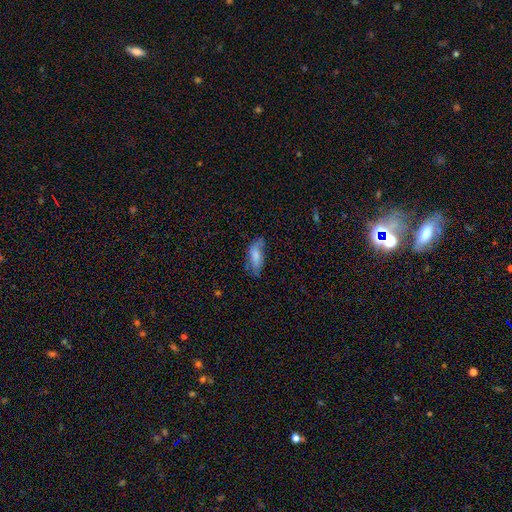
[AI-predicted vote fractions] A smooth galaxy with no disk features (73%) that is in between round and cigar-shaped (78%).

Vote fractions:
- Smooth or featured? smooth: 73% / featured or disk: 20% / star or artifact: 7%
- How rounded? in between: 78% / cigar-shaped: 19% / round: 2%
- Merging? none: 59% / minor disturbance: 29% / major disturbance: 9% / merger: 2%